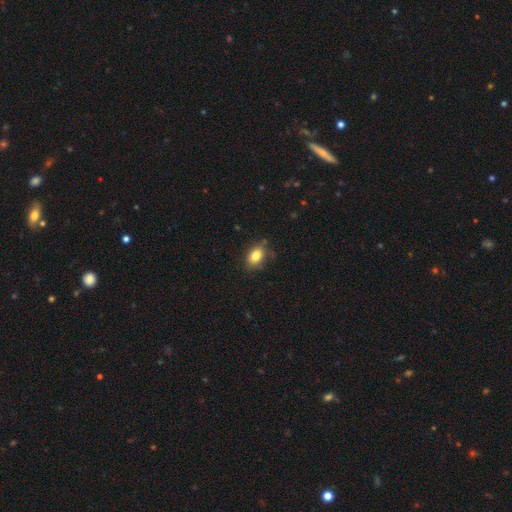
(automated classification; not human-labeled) The model was most divided on "merging": none: 78%, minor disturbance: 16%, major disturbance: 4%, merger: 2%. More confident: smooth or featured — smooth (83%); how rounded — in between (80%).